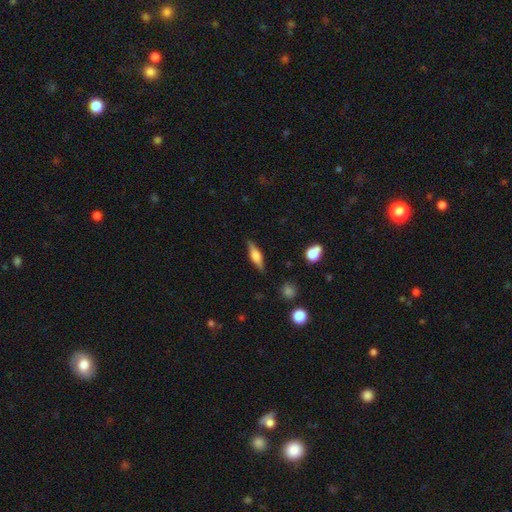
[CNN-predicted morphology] type=featured or disk (52%); edge-on=yes (95%); merging=none (86%).